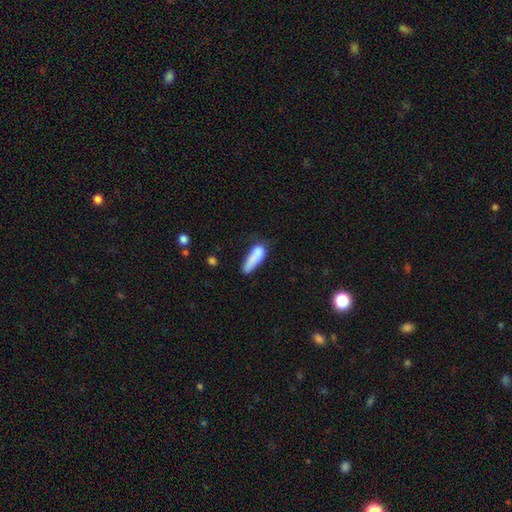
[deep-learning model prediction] This is likely a smooth galaxy (79%). How rounded: possibly cigar-shaped (52%). Merging: marginally none (39%).